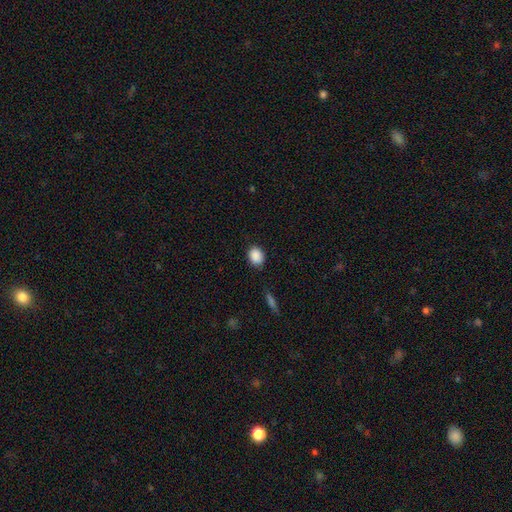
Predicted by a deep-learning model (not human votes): Smooth or featured?
  - smooth: 89% *
  - star or artifact: 8%
  - featured or disk: 3%
How rounded?
  - in between: 53% *
  - round: 45%
  - cigar-shaped: 1%
Merging?
  - none: 84% *
  - minor disturbance: 12%
  - major disturbance: 3%
  - merger: 2%